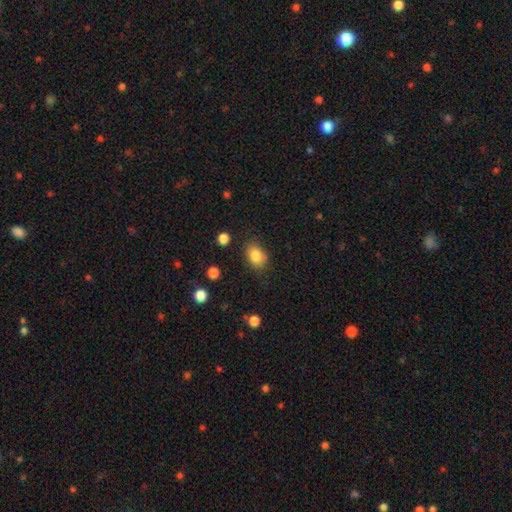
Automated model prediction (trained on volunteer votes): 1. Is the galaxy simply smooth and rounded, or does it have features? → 85% smooth, 9% star or artifact, 6% featured or disk.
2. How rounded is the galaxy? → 74% in between, 25% round, 1% cigar-shaped.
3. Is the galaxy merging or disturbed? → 80% none, 14% minor disturbance, 4% major disturbance, 2% merger.